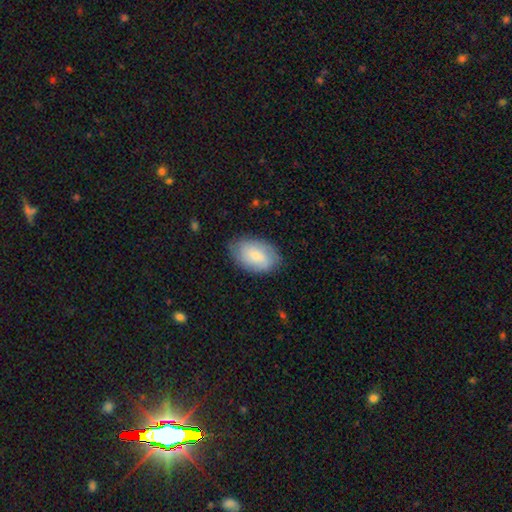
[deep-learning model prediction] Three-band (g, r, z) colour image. It shows a smooth galaxy with no disk features (67%) that is in between round and cigar-shaped (90%). Merging: none (77%).